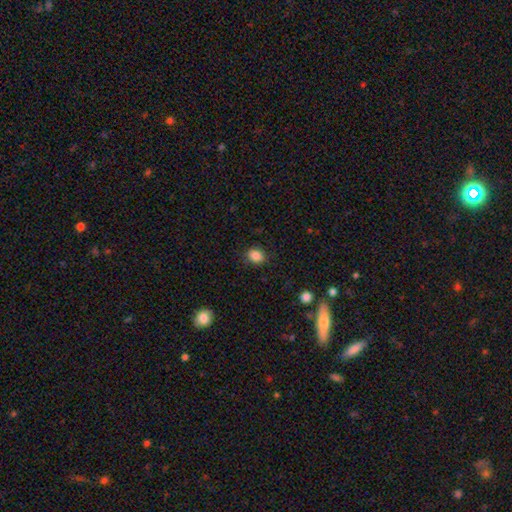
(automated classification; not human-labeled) This appears to be a smooth galaxy with no disk features (85%) that is round (53%). Merging: none (86%).